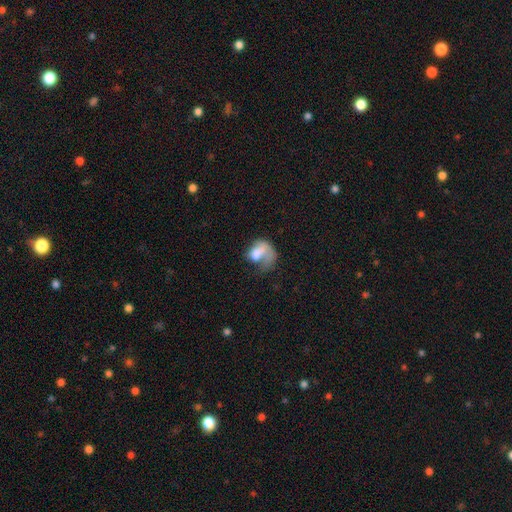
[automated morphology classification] This is possibly a smooth galaxy (57%). How rounded: likely in between (69%). Merging: possibly major disturbance (54%).